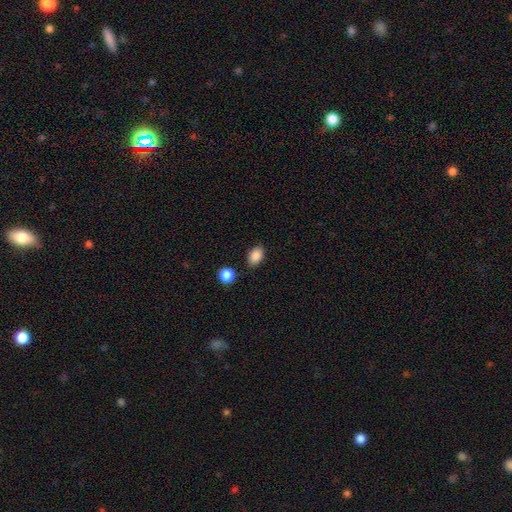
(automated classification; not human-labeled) smooth-or-featured: smooth: 87% | star or artifact: 8% | featured or disk: 4%
  how-rounded: in between: 81% | round: 18% | cigar-shaped: 1%
  merging: none: 83% | minor disturbance: 11% | merger: 4% | major disturbance: 3%